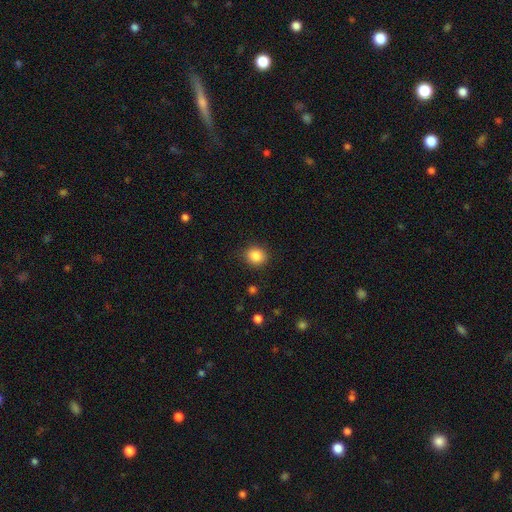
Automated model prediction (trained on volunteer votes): Morphology: type=smooth (86%); roundness=round (77%); merging=none (87%).